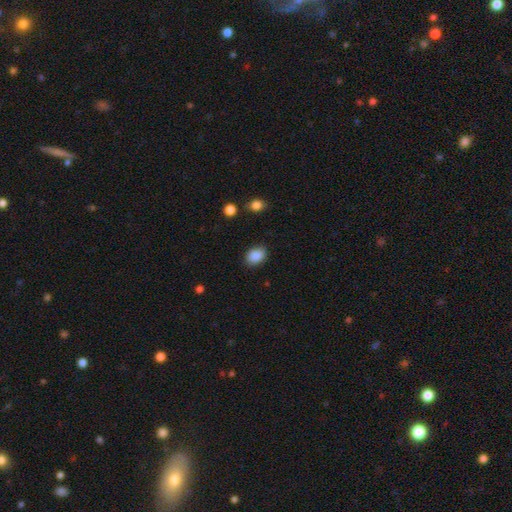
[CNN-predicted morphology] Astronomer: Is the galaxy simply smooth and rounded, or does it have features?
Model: smooth — 89%.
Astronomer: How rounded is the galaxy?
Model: in between — 70%.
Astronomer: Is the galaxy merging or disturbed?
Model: none — 85%.